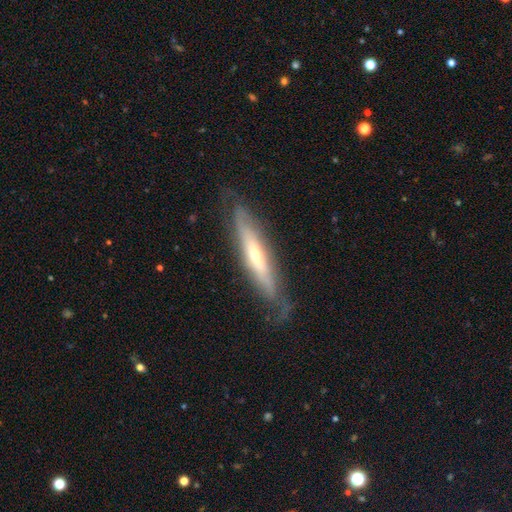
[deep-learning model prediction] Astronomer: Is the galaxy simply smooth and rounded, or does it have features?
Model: featured or disk — 69%.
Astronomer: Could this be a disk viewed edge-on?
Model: yes — 64%.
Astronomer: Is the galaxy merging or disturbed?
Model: none — 72%.